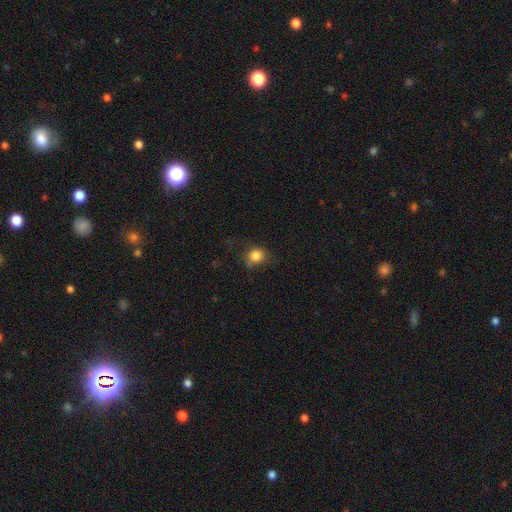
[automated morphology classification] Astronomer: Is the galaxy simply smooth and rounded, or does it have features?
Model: smooth — 82%.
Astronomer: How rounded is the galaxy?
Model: round — 77%.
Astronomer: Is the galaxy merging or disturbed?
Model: none — 63%.